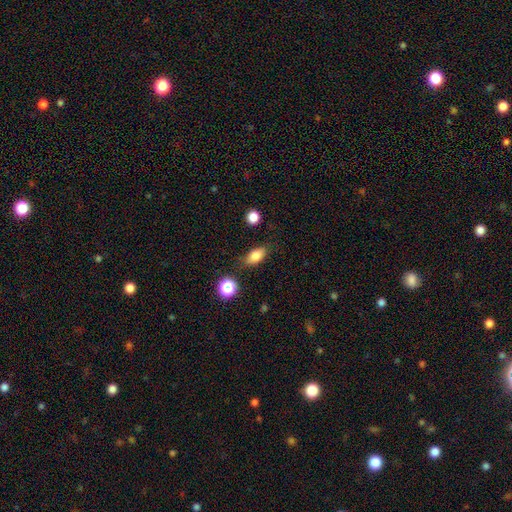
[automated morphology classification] Smooth or featured: smooth — 81% (star or artifact — 10%)
How rounded: in between — 84% (round — 10%)
Merging: none — 81% (minor disturbance — 13%)